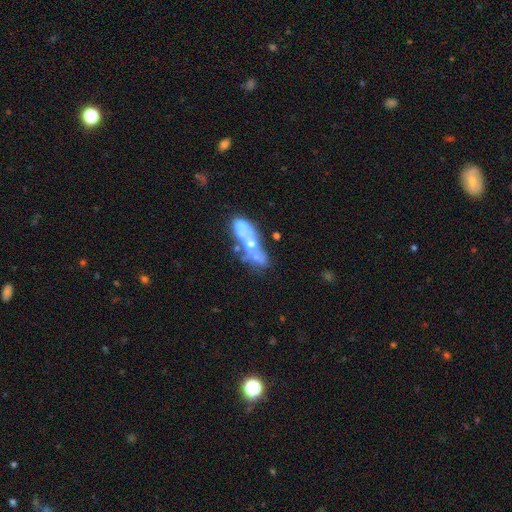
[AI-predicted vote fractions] Smooth or featured: featured or disk — 57% (smooth — 31%)
Edge-on disk: no — 92% (yes — 8%)
Bar: no — 92% (weak — 6%)
Spiral arms: no — 93% (yes — 7%)
Bulge size: moderate — 46% (none — 25%)
Merging: merger — 45% (none — 26%)